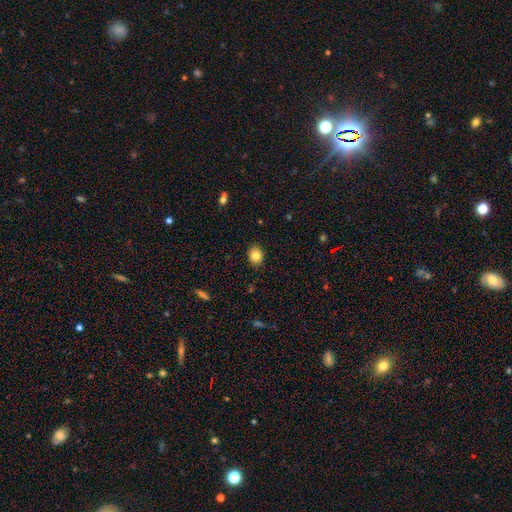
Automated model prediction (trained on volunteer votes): Q: Smooth or featured?
A: smooth (82%); runner-up: star or artifact (9%)
Q: How rounded?
A: in between (58%); runner-up: round (41%)
Q: Merging?
A: none (89%); runner-up: minor disturbance (8%)